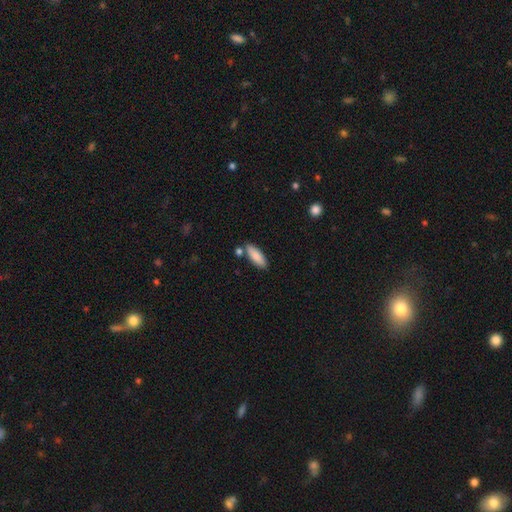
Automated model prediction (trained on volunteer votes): smooth_or_featured: smooth (p=0.87) [alt: featured or disk p=0.07]
how_rounded: in between (p=0.67) [alt: cigar-shaped p=0.31]
merging: none (p=0.78) [alt: minor disturbance p=0.12]